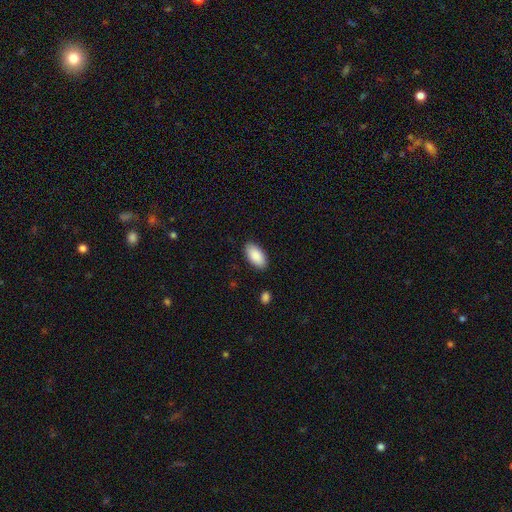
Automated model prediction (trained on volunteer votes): Overall: smooth (90%). How rounded: in between (95%). Merging: none (87%).